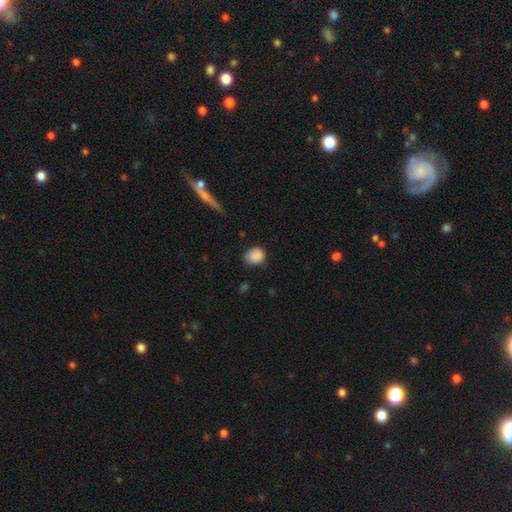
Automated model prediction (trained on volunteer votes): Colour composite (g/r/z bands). It shows a smooth galaxy with no disk features (87%) that is round (68%). Merging: none (68%).